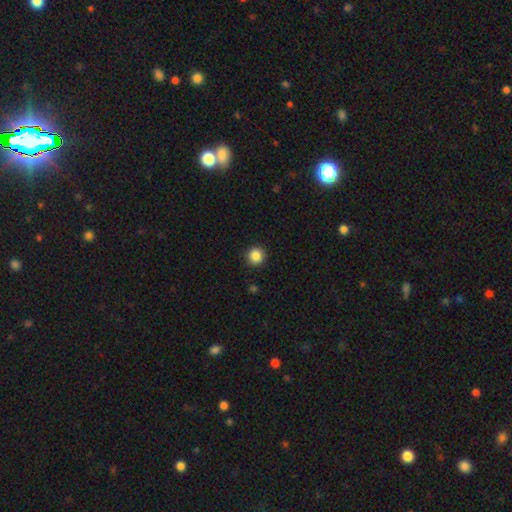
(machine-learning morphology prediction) smooth 87%, star or artifact 10%, featured or disk 3%. Down the decision tree: how rounded — round (94%); merging — none (92%).